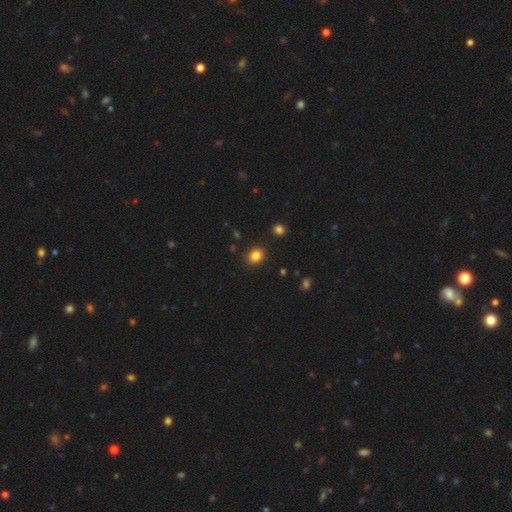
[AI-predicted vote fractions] Smooth or featured? smooth (83%)
How rounded? round (69%)
Merging? none (89%)